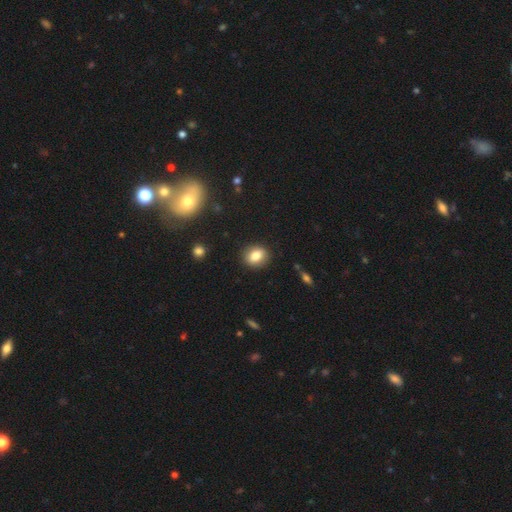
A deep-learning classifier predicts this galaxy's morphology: This is clearly a smooth galaxy (80%). How rounded: possibly in between (50%). Merging: clearly none (88%).